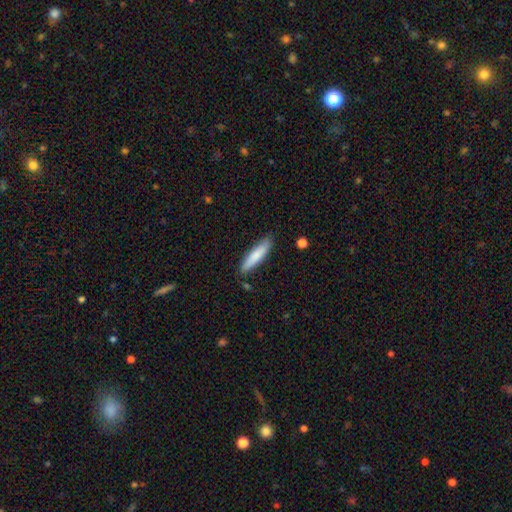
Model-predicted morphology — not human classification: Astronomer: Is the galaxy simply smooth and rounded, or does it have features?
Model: smooth — 79%.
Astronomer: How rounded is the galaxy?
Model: cigar-shaped — 81%.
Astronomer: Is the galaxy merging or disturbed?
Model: none — 85%.